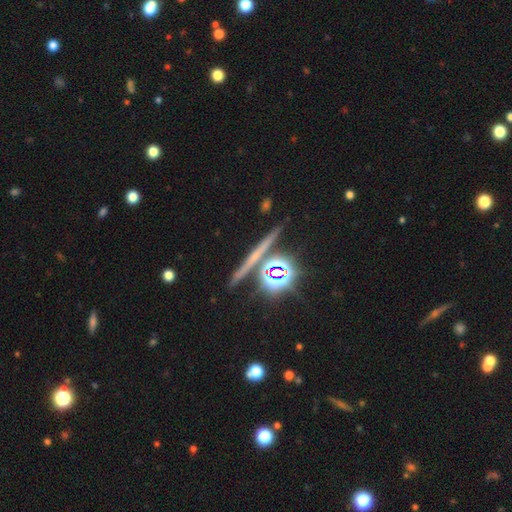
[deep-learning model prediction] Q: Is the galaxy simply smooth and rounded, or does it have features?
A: star or artifact — 46%.